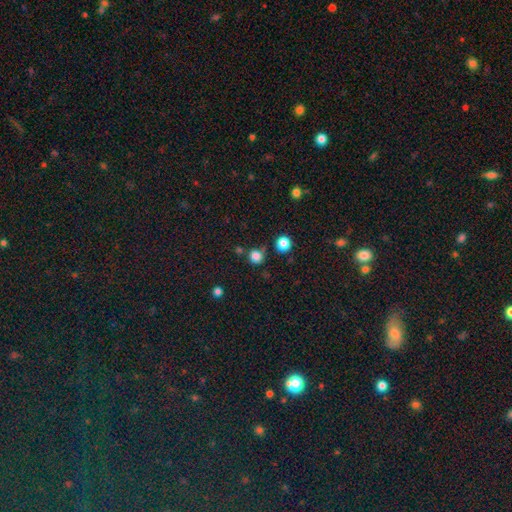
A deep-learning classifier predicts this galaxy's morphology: This appears to be a smooth galaxy with no disk features (80%) that is round (91%). Merging: none (74%).